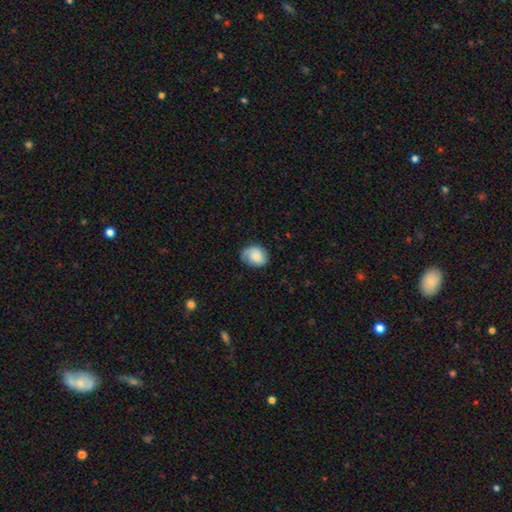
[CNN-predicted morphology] The model was most divided on "how rounded": in between: 53%, round: 46%, cigar-shaped: 1%. More confident: smooth or featured — smooth (66%); merging — none (65%).